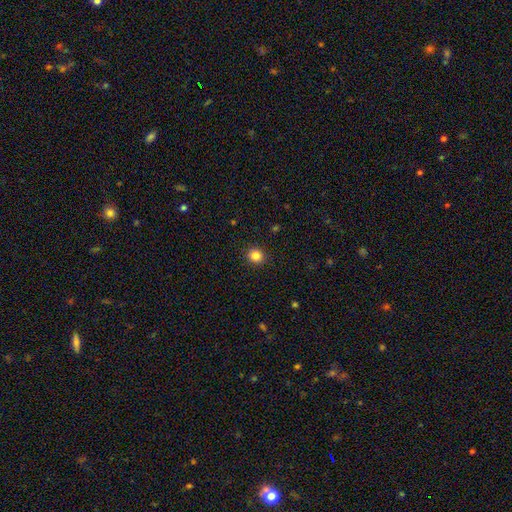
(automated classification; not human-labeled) A smooth galaxy with no disk features (85%) that is round (85%).

Vote fractions:
- Smooth or featured? smooth: 85% / star or artifact: 11% / featured or disk: 4%
- How rounded? round: 85% / in between: 14% / cigar-shaped: 1%
- Merging? none: 91% / minor disturbance: 6% / major disturbance: 2% / merger: 1%